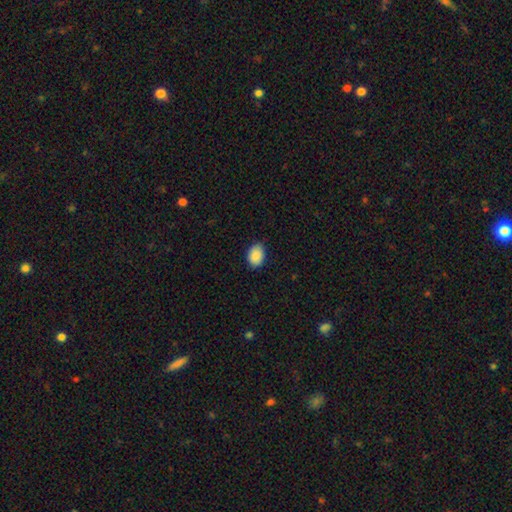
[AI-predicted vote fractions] smooth 90%, star or artifact 7%, featured or disk 3%. Down the decision tree: how rounded — in between (79%); merging — none (84%).